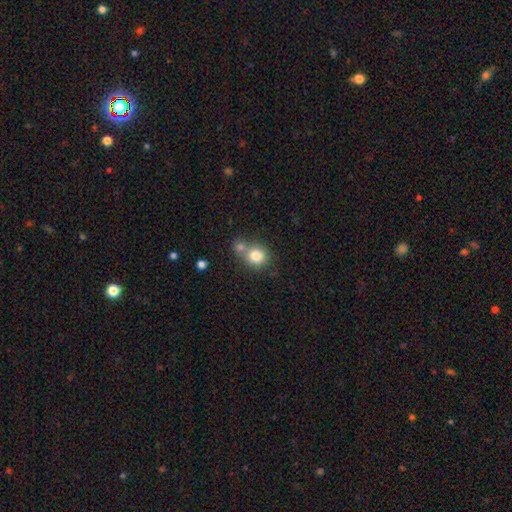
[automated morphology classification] A smooth galaxy with no disk features (79%) that is round (79%).

Vote fractions:
- Smooth or featured? smooth: 79% / star or artifact: 10% / featured or disk: 10%
- How rounded? round: 79% / in between: 20% / cigar-shaped: 1%
- Merging? none: 45% / merger: 41% / minor disturbance: 10% / major disturbance: 4%